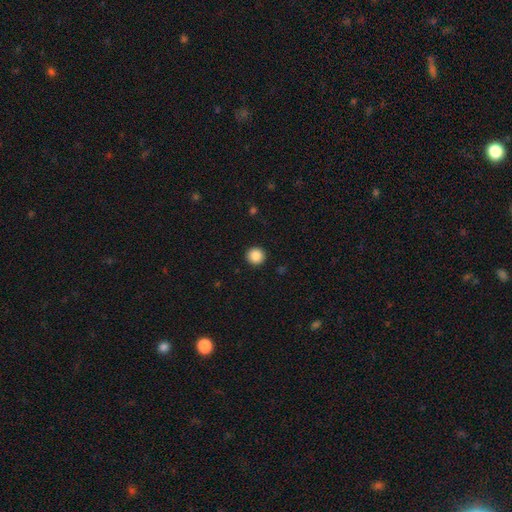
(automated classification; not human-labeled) A smooth galaxy with no disk features (87%) that is round (95%). Merging: none (93%).